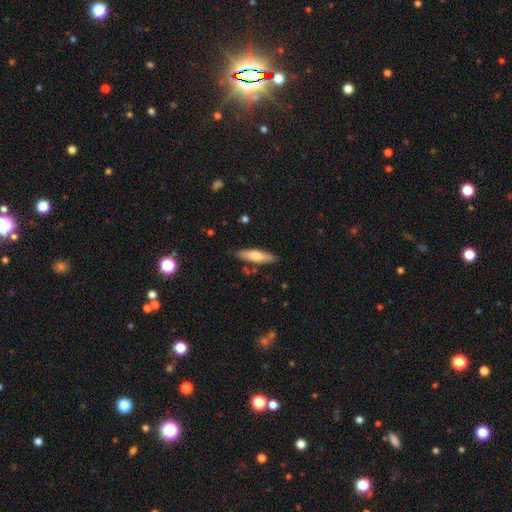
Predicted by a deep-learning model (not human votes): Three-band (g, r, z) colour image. It shows a smooth galaxy with no disk features (67%) that is cigar-shaped (67%). Merging: none (84%).